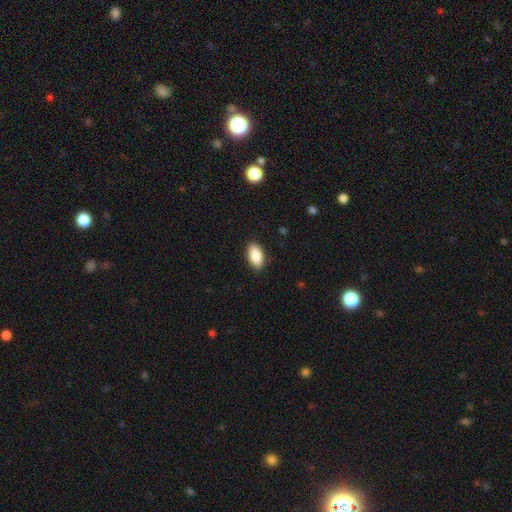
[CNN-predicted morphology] type=smooth (89%); roundness=in between (94%); merging=none (88%).